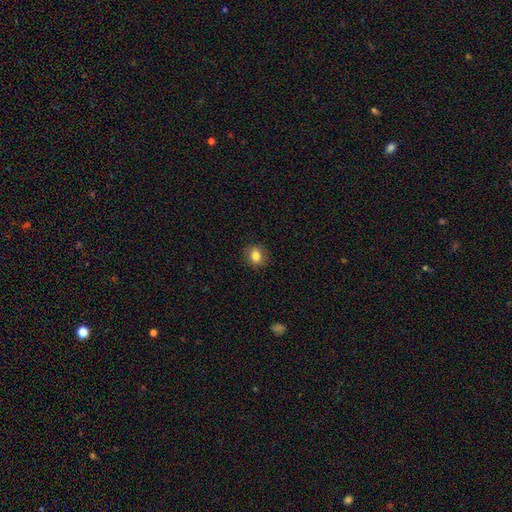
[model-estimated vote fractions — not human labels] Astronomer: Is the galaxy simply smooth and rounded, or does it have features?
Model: smooth — 82%.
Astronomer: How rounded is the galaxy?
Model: round — 62%.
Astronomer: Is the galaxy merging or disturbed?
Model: none — 89%.